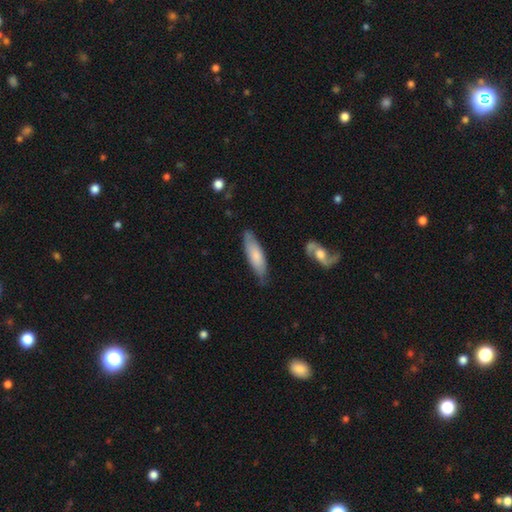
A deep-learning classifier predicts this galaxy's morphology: A smooth galaxy with no disk features (71%) that is cigar-shaped (58%).

Vote fractions:
- Smooth or featured? smooth: 71% / featured or disk: 24% / star or artifact: 5%
- How rounded? cigar-shaped: 58% / in between: 40% / round: 2%
- Merging? none: 73% / minor disturbance: 20% / major disturbance: 4% / merger: 3%